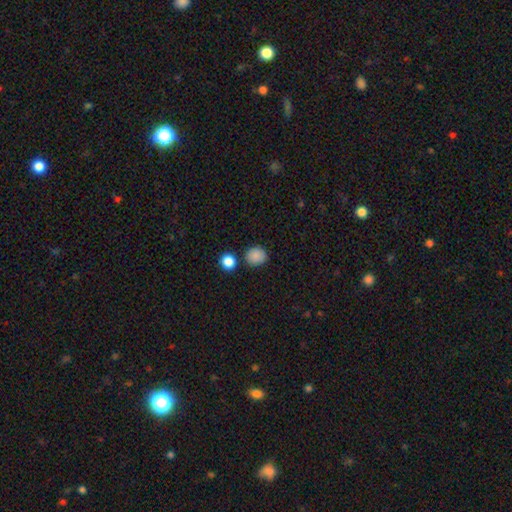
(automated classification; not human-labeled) This appears to be a smooth galaxy with no disk features (86%) that is round (82%). Merging: none (81%).